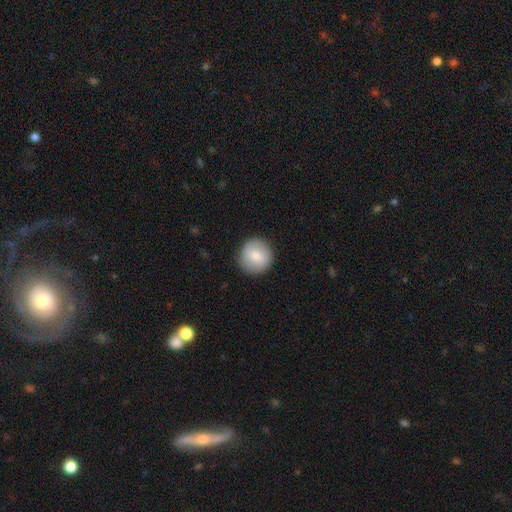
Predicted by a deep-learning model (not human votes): Q: Smooth or featured?
A: smooth (77%); runner-up: featured or disk (17%)
Q: How rounded?
A: round (94%); runner-up: in between (5%)
Q: Merging?
A: none (89%); runner-up: minor disturbance (8%)